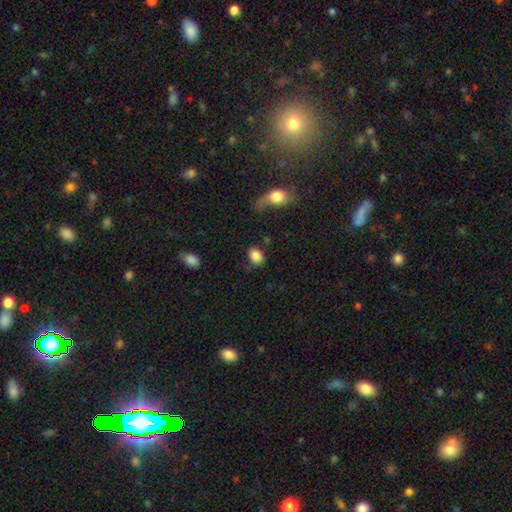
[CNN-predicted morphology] smooth_or_featured: smooth (p=0.86) [alt: star or artifact p=0.09]
how_rounded: in between (p=0.53) [alt: round p=0.46]
merging: none (p=0.77) [alt: minor disturbance p=0.14]